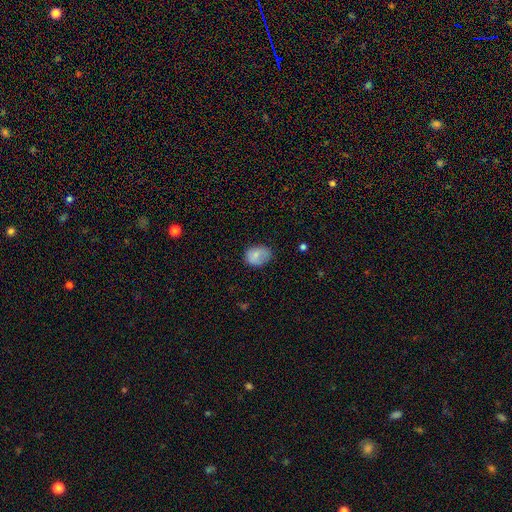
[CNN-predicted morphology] smooth_or_featured: smooth (p=0.76) [alt: featured or disk p=0.16]
how_rounded: in between (p=0.61) [alt: round p=0.38]
merging: none (p=0.65) [alt: minor disturbance p=0.26]